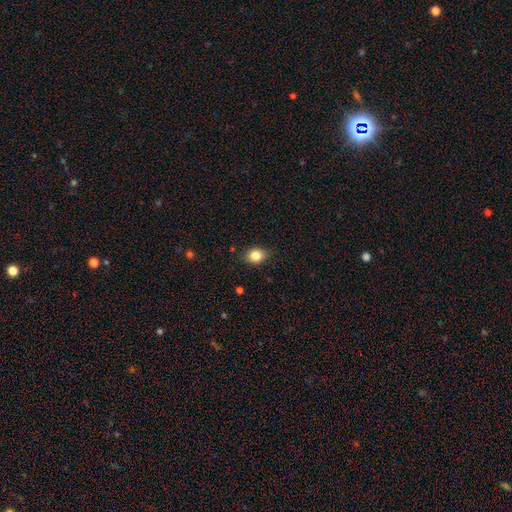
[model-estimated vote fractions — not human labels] Overall: smooth (84%). How rounded: round (52%; in between 47%). Merging: none (85%).